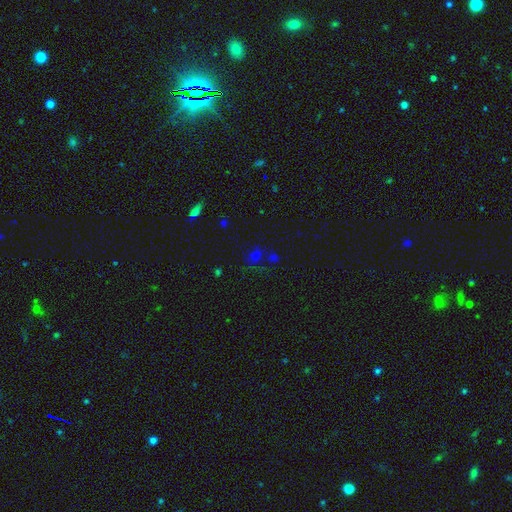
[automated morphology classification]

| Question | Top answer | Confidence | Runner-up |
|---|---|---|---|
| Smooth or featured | smooth | 48% | star or artifact (44%) |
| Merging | none | 59% | merger (15%) |